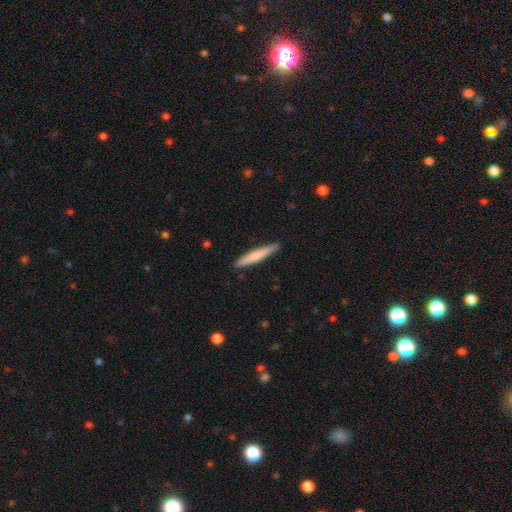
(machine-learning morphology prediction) A smooth galaxy with no disk features (68%) that is cigar-shaped (95%).

Vote fractions:
- Smooth or featured? smooth: 68% / featured or disk: 27% / star or artifact: 5%
- How rounded? cigar-shaped: 95% / in between: 4% / round: 1%
- Merging? none: 90% / minor disturbance: 8% / major disturbance: 1% / merger: 1%